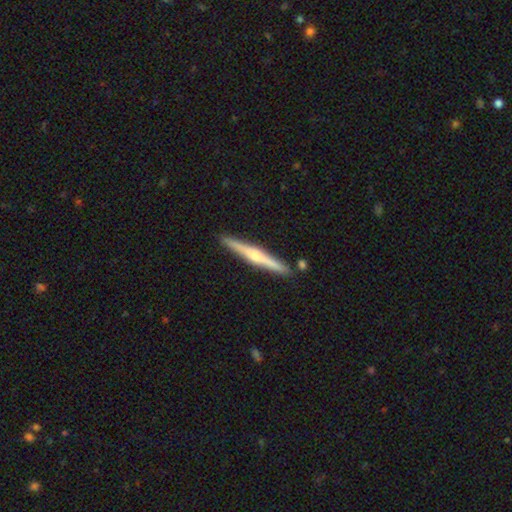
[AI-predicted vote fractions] Smooth or featured: featured or disk — 67% (smooth — 28%)
Edge-on disk: yes — 98% (no — 2%)
Edge-on bulge: rounded — 84% (none — 10%)
Merging: none — 90% (minor disturbance — 7%)